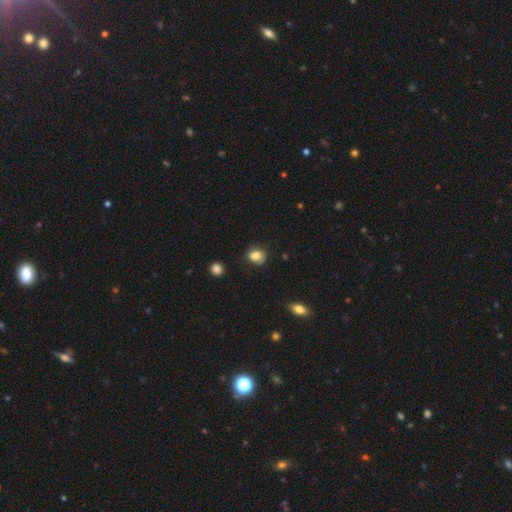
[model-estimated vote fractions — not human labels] Overall: smooth (79%). How rounded: round (59%; in between 40%). Merging: none (67%).